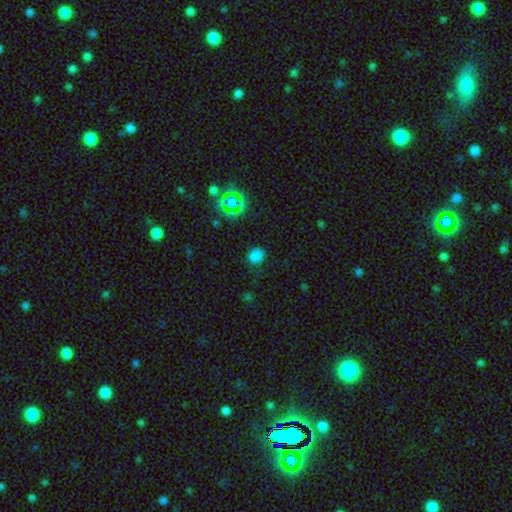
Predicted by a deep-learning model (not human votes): Overall: smooth (75%). How rounded: round (73%). Merging: none (82%).